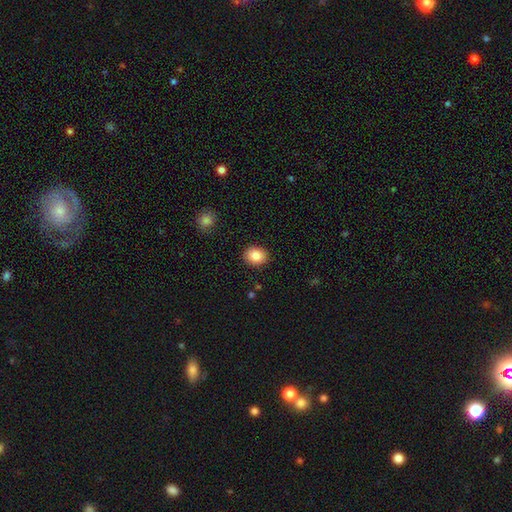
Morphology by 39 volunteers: Smooth or featured: smooth — 85% (featured or disk — 8%)
How rounded: round — 73% (in between — 27%)
Merging: none — 92% (major disturbance — 6%)